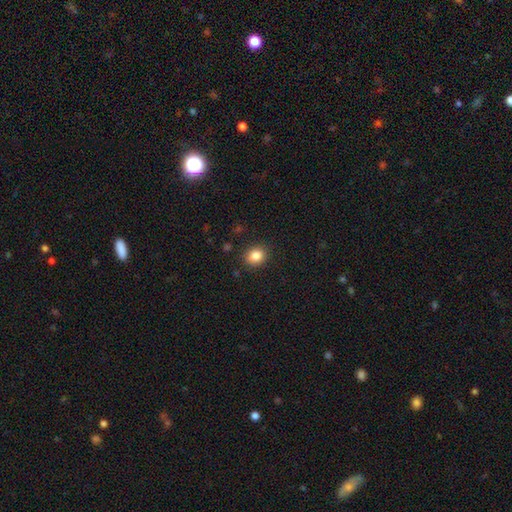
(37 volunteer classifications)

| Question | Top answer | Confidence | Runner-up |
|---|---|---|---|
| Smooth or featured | smooth | 81% | featured or disk (14%) |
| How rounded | round | 73% | in between (27%) |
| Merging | none | 83% | minor disturbance (11%) |